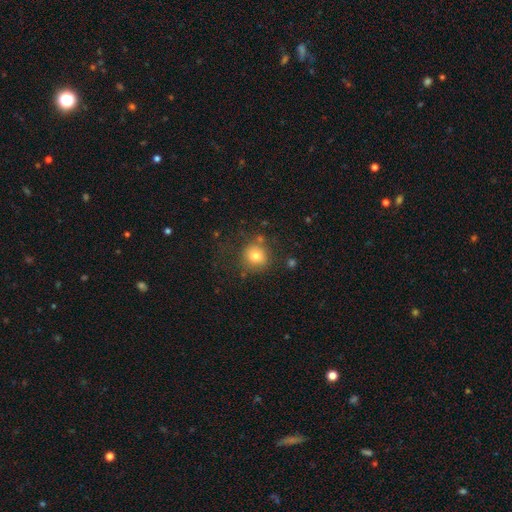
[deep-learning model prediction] Smooth or featured? smooth (78%)
How rounded? round (89%)
Merging? none (76%)